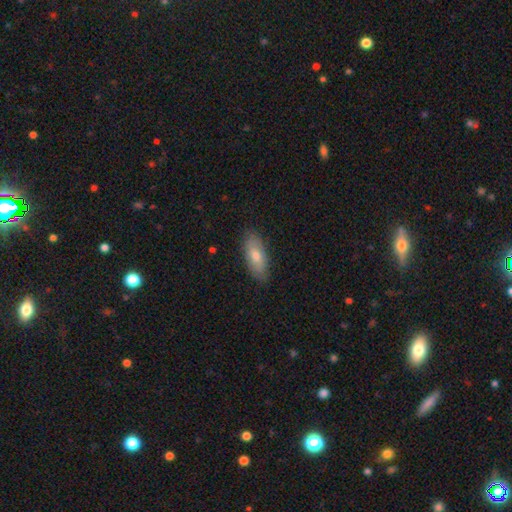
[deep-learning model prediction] smooth 68%, featured or disk 25%, star or artifact 6%. Down the decision tree: how rounded — in between (83%); merging — none (84%).